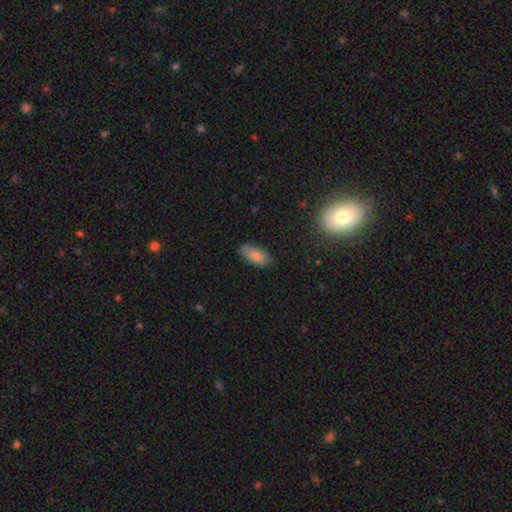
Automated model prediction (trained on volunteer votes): Smooth or featured: smooth — 84% (star or artifact — 8%)
How rounded: in between — 89% (cigar-shaped — 8%)
Merging: none — 76% (minor disturbance — 19%)